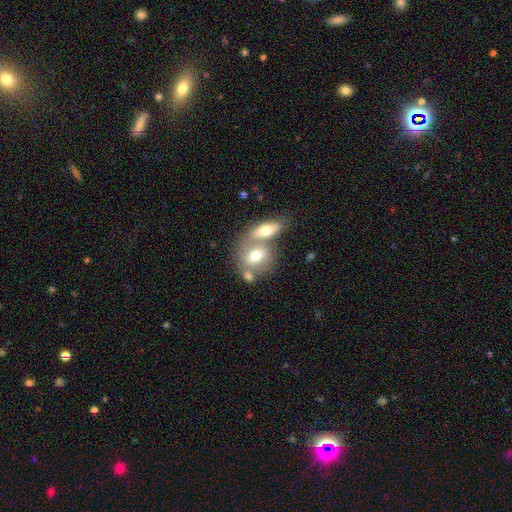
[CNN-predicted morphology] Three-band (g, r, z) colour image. It shows a smooth galaxy with no disk features (64%) that is in between round and cigar-shaped (60%). Merging: merger (52%).